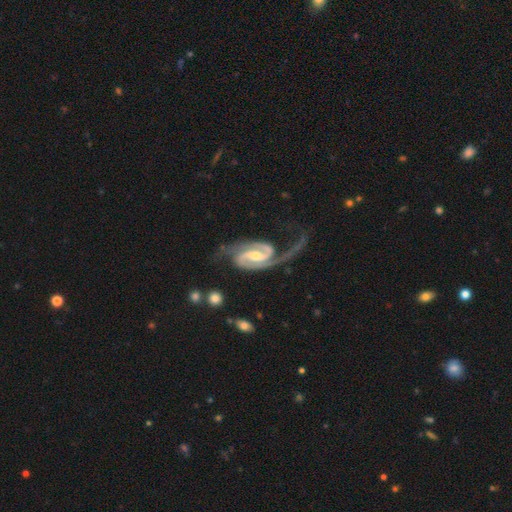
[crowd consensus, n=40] Volunteers were most divided on "bulge size": small: 54%, moderate: 41%, large: 3%, none: 3%, dominant: 0%. More confident: spiral arms — yes (100%); edge-on disk — no (97%); spiral arm count — 2 (97%); smooth or featured — featured or disk (95%); merging — none (69%); spiral winding — tight (57%); bar — weak (54%).